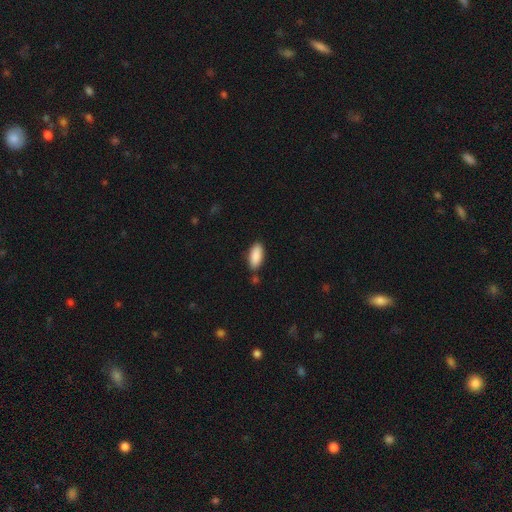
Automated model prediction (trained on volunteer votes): A smooth galaxy with no disk features (89%) that is in between round and cigar-shaped (84%). Merging: none (81%).